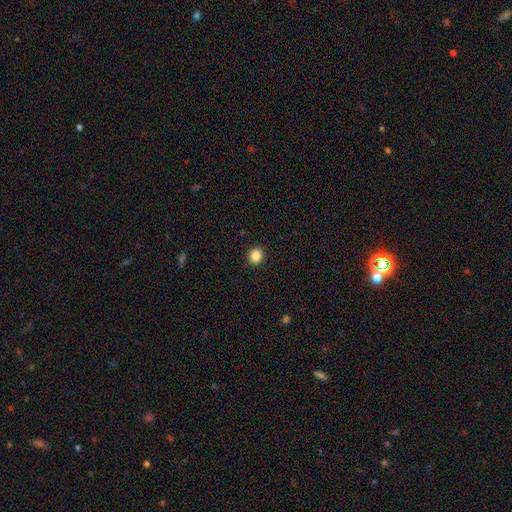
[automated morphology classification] Smooth or featured: smooth — 86% (star or artifact — 10%)
How rounded: round — 74% (in between — 25%)
Merging: none — 92% (minor disturbance — 6%)